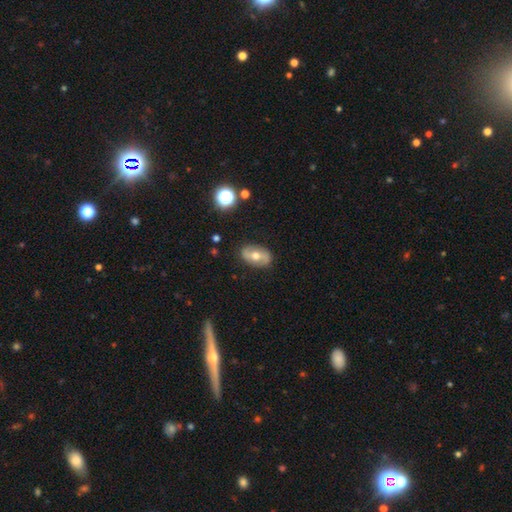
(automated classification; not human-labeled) This appears to be a featured or disk galaxy (54%). Merging: none (83%).